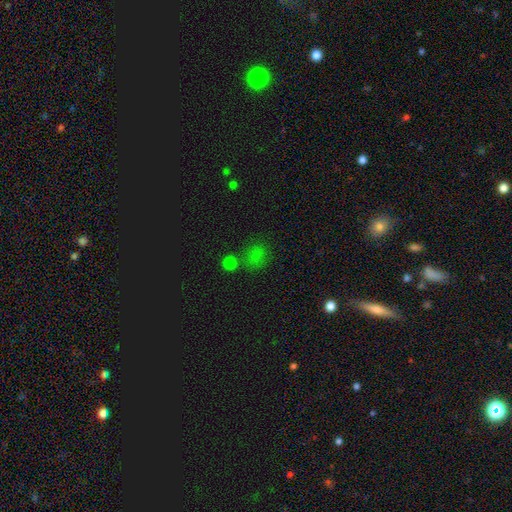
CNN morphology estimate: A smooth galaxy with no disk features (67%) that is round (69%). Merging: none (62%).